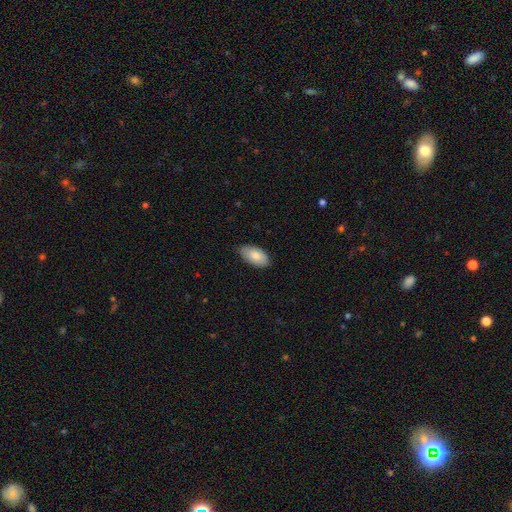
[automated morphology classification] Q: Smooth or featured?
A: smooth (83%); runner-up: featured or disk (11%)
Q: How rounded?
A: in between (95%); runner-up: round (3%)
Q: Merging?
A: none (80%); runner-up: minor disturbance (17%)